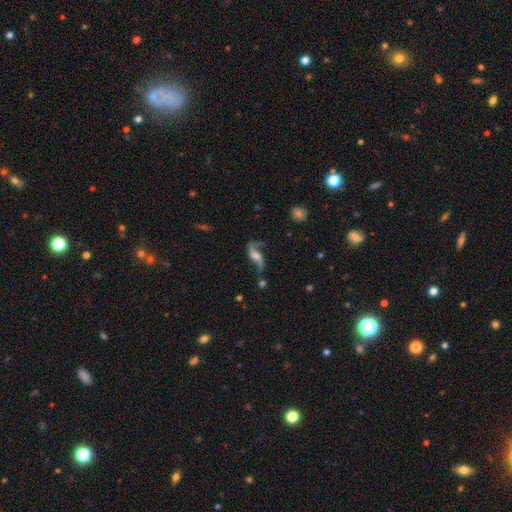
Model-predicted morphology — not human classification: Smooth or featured? featured or disk (86%)
Edge-on disk? no (93%)
Bar? no (42%)
Spiral arms? yes (95%)
Spiral winding? loose (86%)
Spiral arm count? 2 (92%)
Bulge size? moderate (43%)
Merging? none (60%)